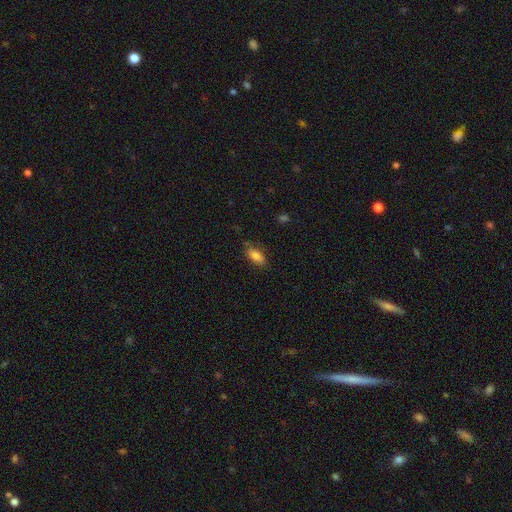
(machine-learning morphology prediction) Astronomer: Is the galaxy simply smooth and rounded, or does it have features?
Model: smooth — 80%.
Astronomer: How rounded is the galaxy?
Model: in between — 87%.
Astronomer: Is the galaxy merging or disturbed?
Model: none — 76%.